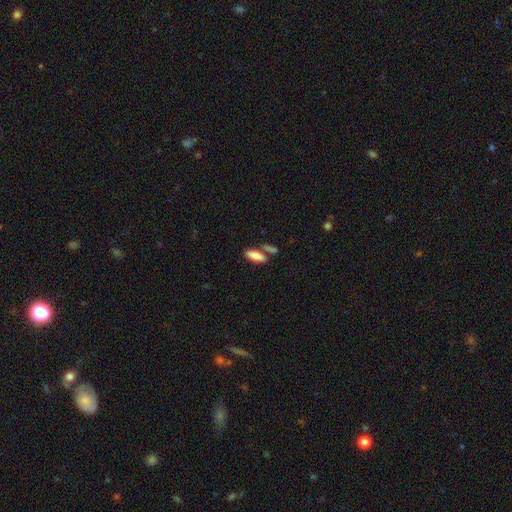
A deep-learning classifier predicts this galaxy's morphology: A smooth galaxy with no disk features (82%) that is in between round and cigar-shaped (64%). Merging: none (62%).